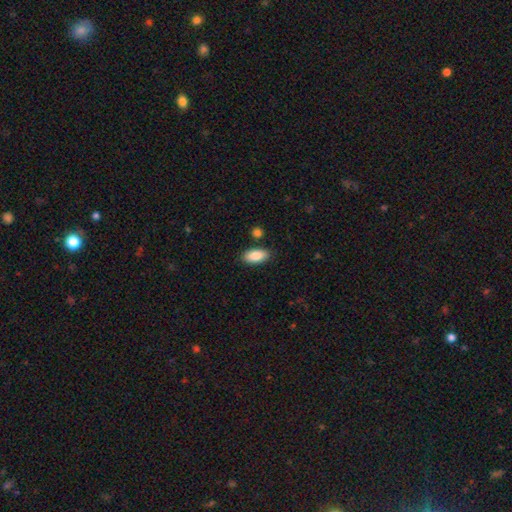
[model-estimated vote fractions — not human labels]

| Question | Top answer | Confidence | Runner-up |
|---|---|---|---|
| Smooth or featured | smooth | 88% | star or artifact (6%) |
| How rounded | in between | 91% | cigar-shaped (6%) |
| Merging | none | 85% | minor disturbance (9%) |